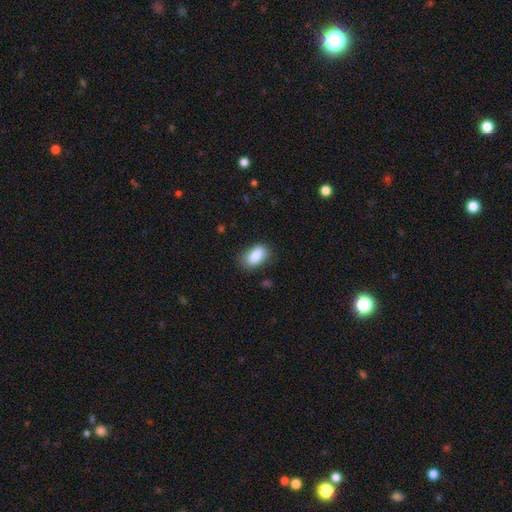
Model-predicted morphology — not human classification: Smooth or featured? Predicted: smooth (p=0.88). How rounded? Predicted: in between (p=0.91). Merging? Predicted: none (p=0.79).